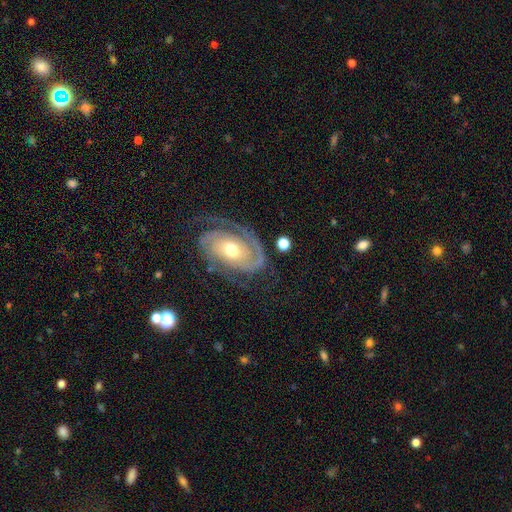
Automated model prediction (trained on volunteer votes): Q: Smooth or featured?
A: featured or disk (91%); runner-up: smooth (5%)
Q: Edge-on disk?
A: no (97%); runner-up: yes (3%)
Q: Bar?
A: no (66%); runner-up: weak (23%)
Q: Spiral arms?
A: yes (98%); runner-up: no (2%)
Q: Spiral winding?
A: tight (67%); runner-up: medium (28%)
Q: Spiral arm count?
A: 2 (73%); runner-up: 3 (9%)
Q: Bulge size?
A: moderate (72%); runner-up: small (21%)
Q: Merging?
A: none (75%); runner-up: minor disturbance (15%)